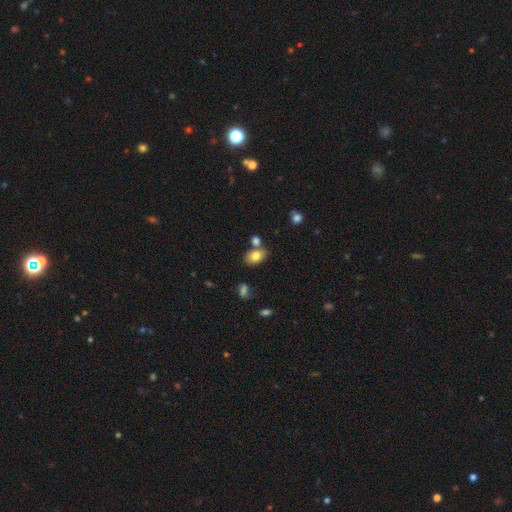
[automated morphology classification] Smooth or featured? Predicted: smooth (p=0.80). How rounded? Predicted: in between (p=0.78). Merging? Predicted: none (p=0.62).